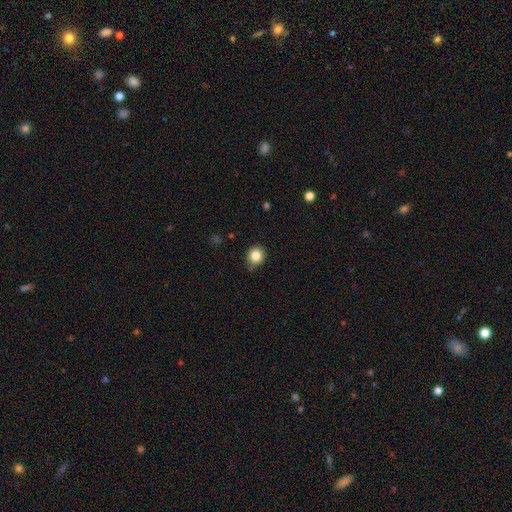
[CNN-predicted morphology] Q: Smooth or featured?
A: smooth (84%); runner-up: star or artifact (11%)
Q: How rounded?
A: round (85%); runner-up: in between (15%)
Q: Merging?
A: none (81%); runner-up: minor disturbance (14%)